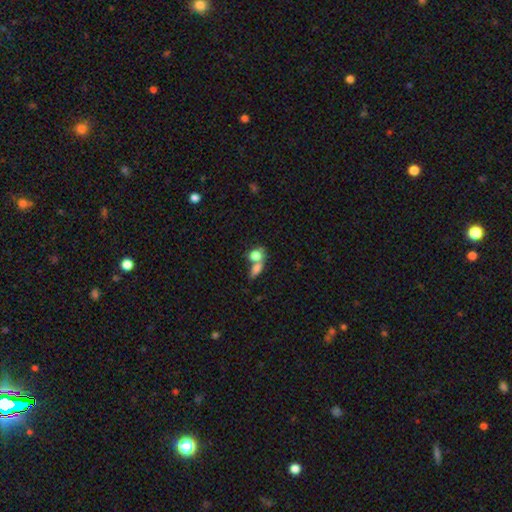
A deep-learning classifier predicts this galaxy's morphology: smooth 76%, featured or disk 15%, star or artifact 9%. Down the decision tree: how rounded — in between (59%); merging — merger (64%).